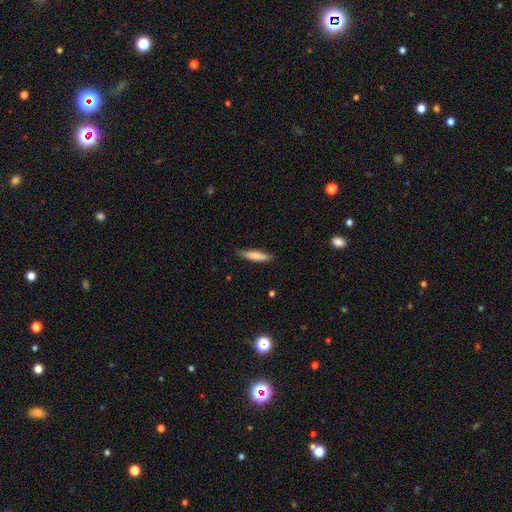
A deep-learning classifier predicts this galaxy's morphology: type=smooth (77%); roundness=cigar-shaped (83%); merging=none (81%).